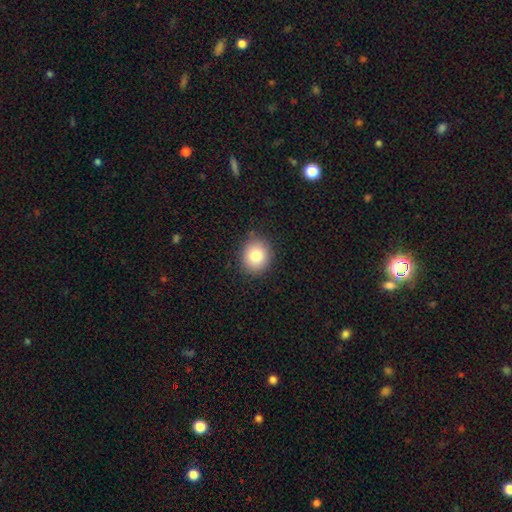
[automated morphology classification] Overall: smooth (81%). How rounded: round (72%). Merging: none (87%).